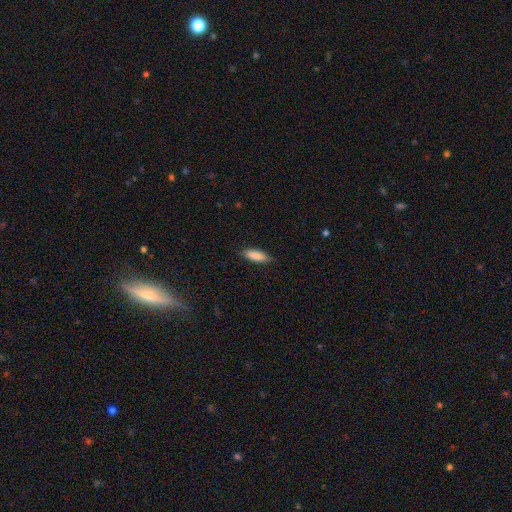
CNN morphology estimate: smooth_or_featured: smooth (p=0.88) [alt: featured or disk p=0.06]
how_rounded: in between (p=0.52) [alt: cigar-shaped p=0.46]
merging: none (p=0.85) [alt: minor disturbance p=0.12]